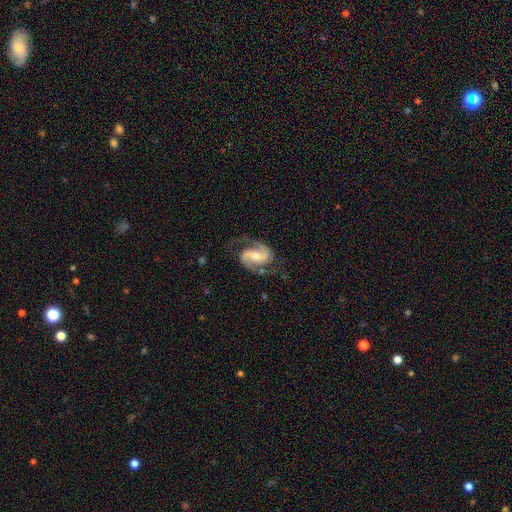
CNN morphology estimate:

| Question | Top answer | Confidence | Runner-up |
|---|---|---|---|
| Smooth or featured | featured or disk | 90% | smooth (5%) |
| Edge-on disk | no | 98% | yes (2%) |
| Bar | weak | 42% | no (29%) |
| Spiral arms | yes | 98% | no (2%) |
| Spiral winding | medium | 56% | loose (25%) |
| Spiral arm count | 2 | 92% | 1 (2%) |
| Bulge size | moderate | 53% | small (39%) |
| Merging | none | 74% | minor disturbance (16%) |